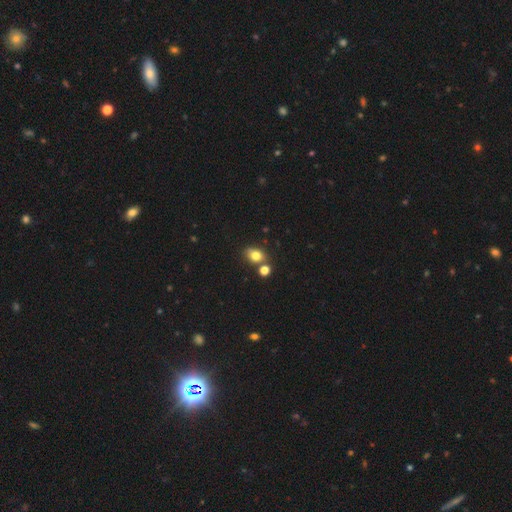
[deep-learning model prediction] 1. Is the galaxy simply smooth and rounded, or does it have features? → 79% smooth, 12% star or artifact, 8% featured or disk.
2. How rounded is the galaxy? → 60% in between, 38% round, 1% cigar-shaped.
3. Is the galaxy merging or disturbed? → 67% none, 18% merger, 12% minor disturbance, 3% major disturbance.